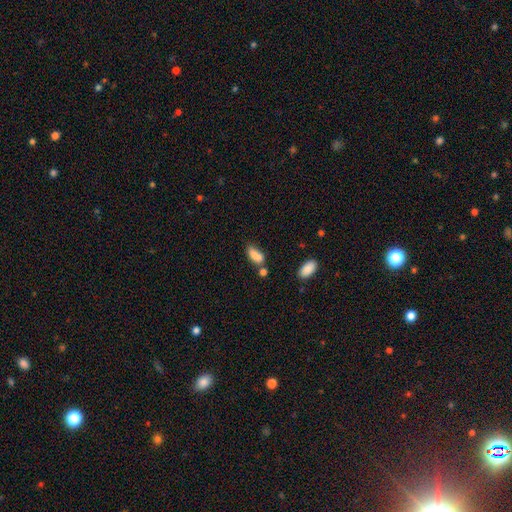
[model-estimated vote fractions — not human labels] The model was most divided on "merging": none: 44%, merger: 24%, minor disturbance: 24%, major disturbance: 8%. More confident: smooth or featured — smooth (82%); how rounded — in between (80%).